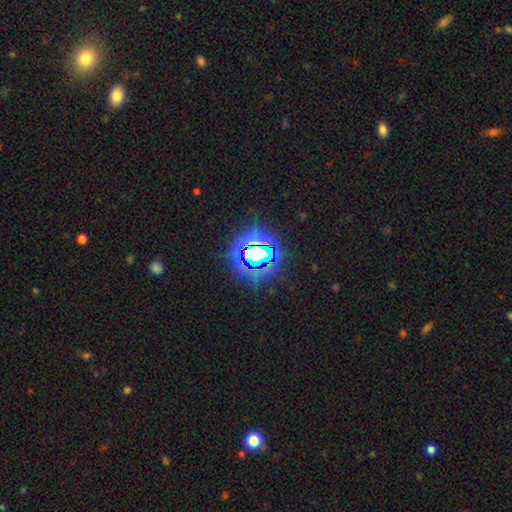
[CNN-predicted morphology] type=star or artifact (73%).